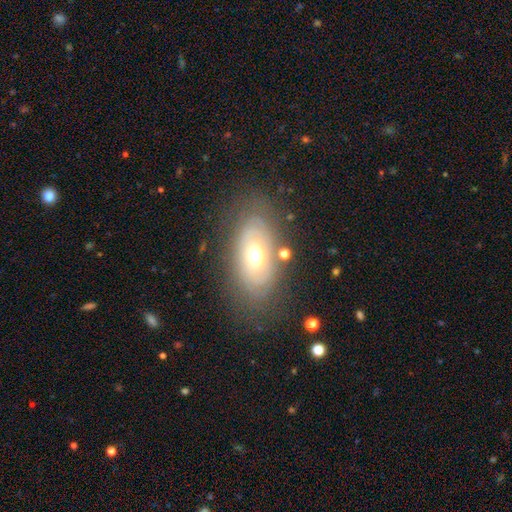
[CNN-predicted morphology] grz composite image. It shows a featured or disk galaxy (66%) with no bar (79%), spiral arms (65%) and a moderate central bulge (73%). Merging: none (74%).